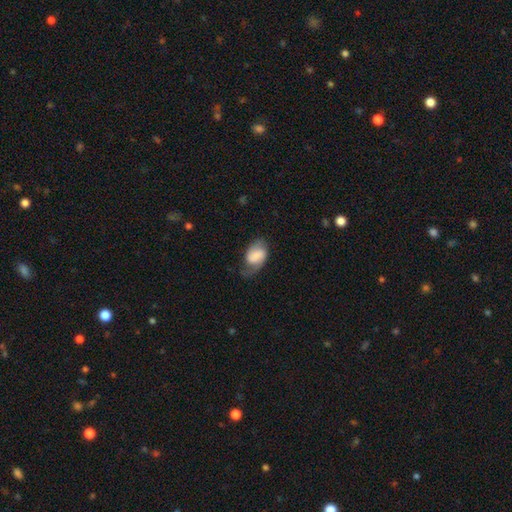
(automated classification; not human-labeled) Morphology: type=smooth (52%); roundness=in between (86%); merging=none (46%).